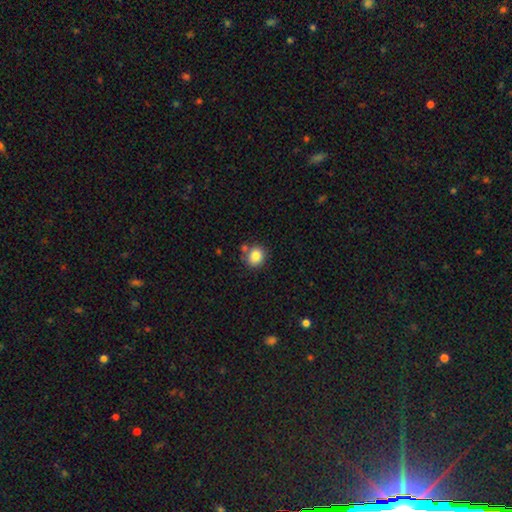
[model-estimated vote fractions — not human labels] Smooth or featured?
  - smooth: 83% *
  - star or artifact: 10%
  - featured or disk: 7%
How rounded?
  - round: 80% *
  - in between: 19%
  - cigar-shaped: 1%
Merging?
  - none: 75% *
  - minor disturbance: 12%
  - merger: 11%
  - major disturbance: 3%